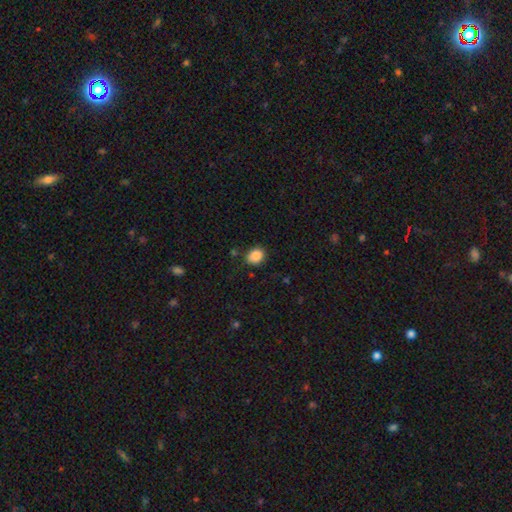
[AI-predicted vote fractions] smooth 88%, star or artifact 9%, featured or disk 3%. Down the decision tree: how rounded — in between (53%); merging — none (83%).